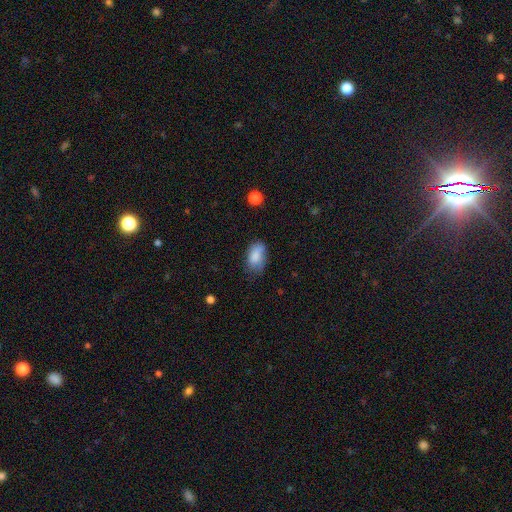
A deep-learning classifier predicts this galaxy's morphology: Smooth or featured? smooth (83%)
How rounded? in between (91%)
Merging? none (57%)